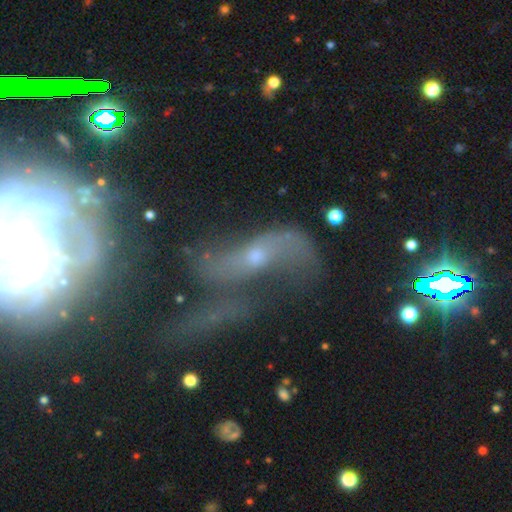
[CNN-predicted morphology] Smooth or featured? Predicted: featured or disk (p=0.62). Edge-on disk? Predicted: no (p=0.84). Bar? Predicted: no (p=0.61). Spiral arms? Predicted: yes (p=0.63). Bulge size? Predicted: small (p=0.49). Merging? Predicted: major disturbance (p=0.36).